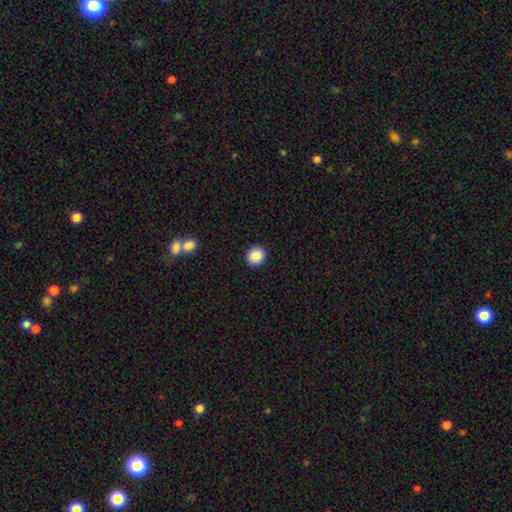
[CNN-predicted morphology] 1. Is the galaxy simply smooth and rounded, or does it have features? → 89% smooth, 8% star or artifact, 3% featured or disk.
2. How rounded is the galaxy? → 89% round, 10% in between, 1% cigar-shaped.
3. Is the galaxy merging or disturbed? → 92% none, 5% minor disturbance, 2% major disturbance, 1% merger.